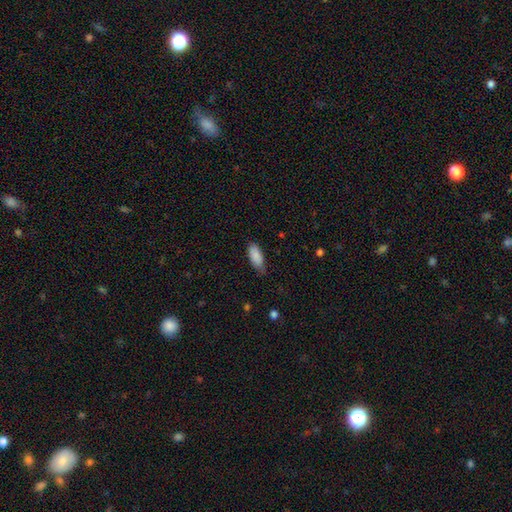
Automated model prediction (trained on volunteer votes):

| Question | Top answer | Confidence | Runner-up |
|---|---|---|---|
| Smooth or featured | smooth | 87% | star or artifact (6%) |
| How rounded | in between | 86% | cigar-shaped (13%) |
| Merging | none | 62% | minor disturbance (31%) |